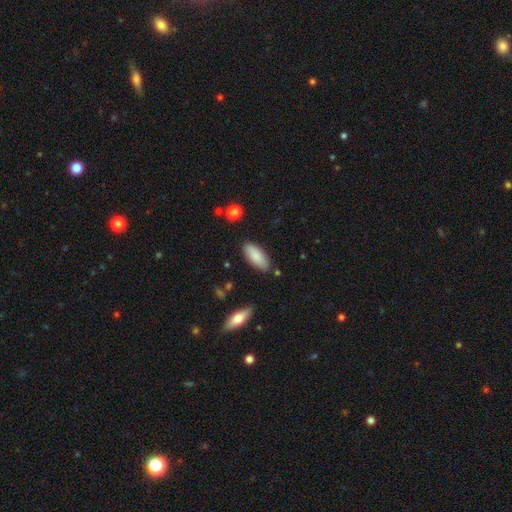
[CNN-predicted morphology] Smooth or featured? smooth (85%)
How rounded? in between (79%)
Merging? none (82%)